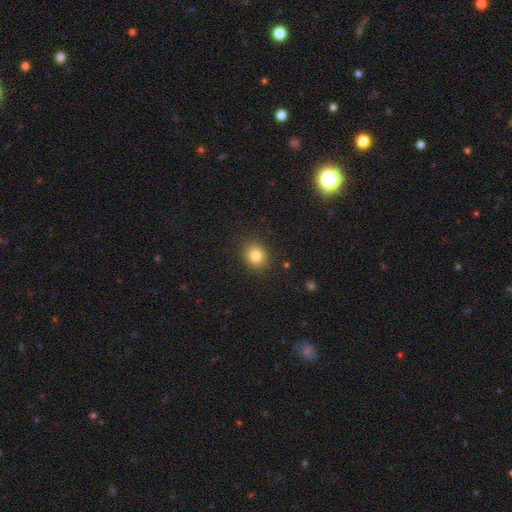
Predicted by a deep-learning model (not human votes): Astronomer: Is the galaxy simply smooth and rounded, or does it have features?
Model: smooth — 82%.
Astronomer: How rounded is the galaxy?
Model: round — 70%.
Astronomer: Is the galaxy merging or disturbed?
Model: none — 88%.